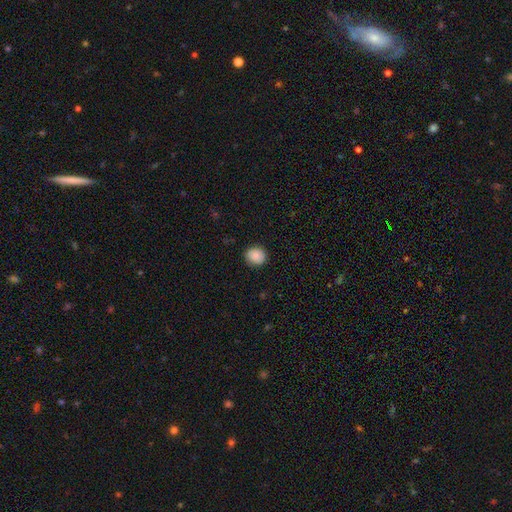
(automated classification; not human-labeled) The model was most divided on "how rounded": round: 79%, in between: 20%, cigar-shaped: 1%. More confident: merging — none (89%); smooth or featured — smooth (86%).